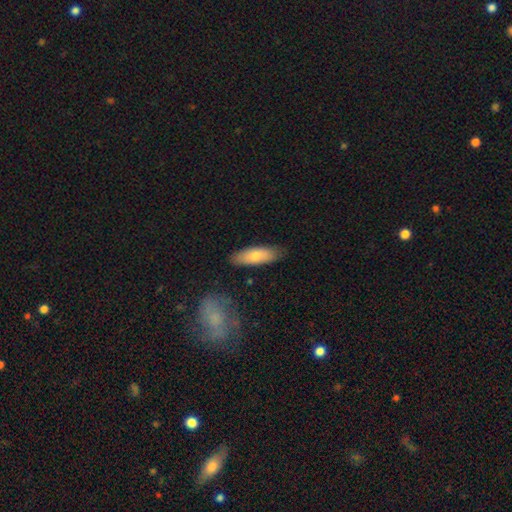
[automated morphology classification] smooth_or_featured: smooth (p=0.71) [alt: featured or disk p=0.23]
how_rounded: in between (p=0.53) [alt: cigar-shaped p=0.45]
merging: none (p=0.83) [alt: minor disturbance p=0.12]